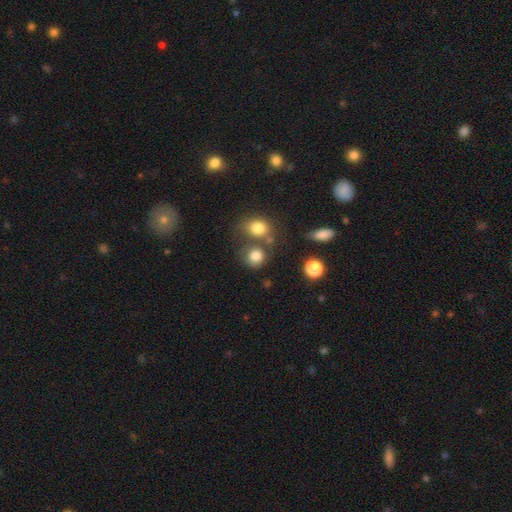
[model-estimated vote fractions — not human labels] Overall: smooth (80%). How rounded: round (80%). Merging: none (59%; merger 23%).